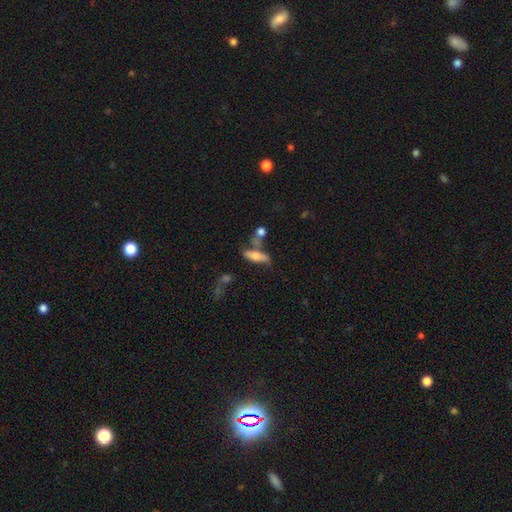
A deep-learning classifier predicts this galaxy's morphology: smooth 58%, featured or disk 33%, star or artifact 9%. Down the decision tree: how rounded — in between (54%); merging — none (42%).